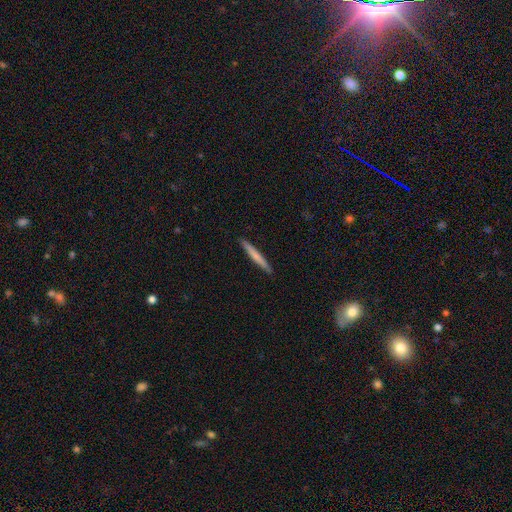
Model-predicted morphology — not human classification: Smooth or featured?
  - smooth: 67% *
  - featured or disk: 27%
  - star or artifact: 5%
How rounded?
  - cigar-shaped: 96% *
  - in between: 2%
  - round: 1%
Merging?
  - none: 91% *
  - minor disturbance: 6%
  - major disturbance: 1%
  - merger: 1%